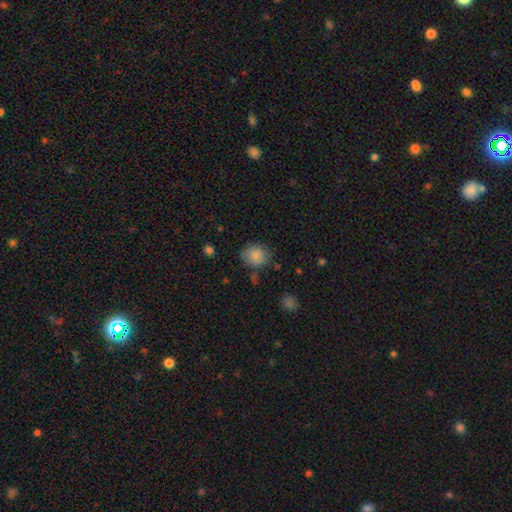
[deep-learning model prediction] Smooth or featured?
  - smooth: 82% *
  - featured or disk: 9%
  - star or artifact: 9%
How rounded?
  - round: 72% *
  - in between: 27%
  - cigar-shaped: 1%
Merging?
  - none: 70% *
  - minor disturbance: 21%
  - major disturbance: 6%
  - merger: 3%